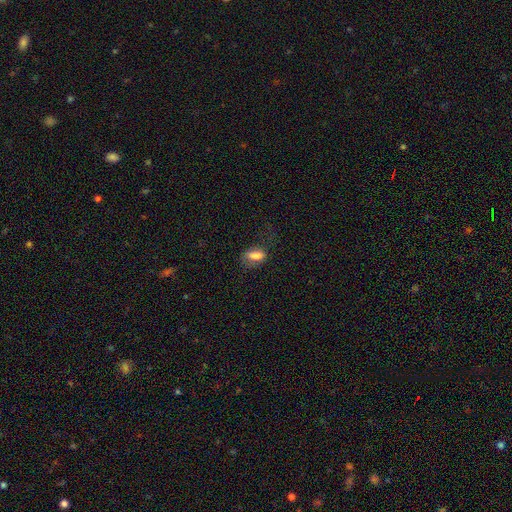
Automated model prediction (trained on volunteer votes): A smooth galaxy with no disk features (76%) that is in between round and cigar-shaped (76%). Merging: none (54%).